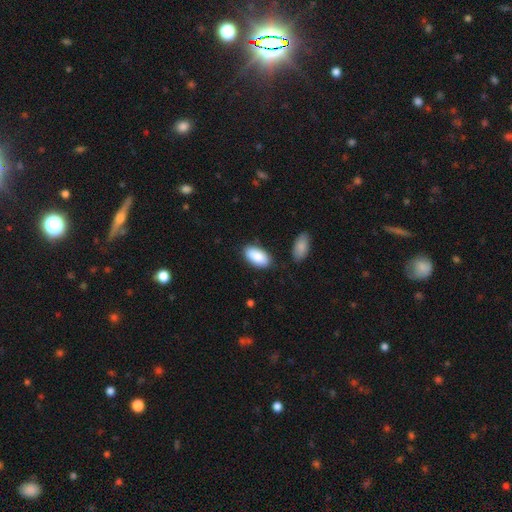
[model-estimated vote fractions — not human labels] A smooth galaxy with no disk features (89%) that is in between round and cigar-shaped (94%).

Vote fractions:
- Smooth or featured? smooth: 89% / star or artifact: 5% / featured or disk: 5%
- How rounded? in between: 94% / cigar-shaped: 3% / round: 2%
- Merging? none: 80% / minor disturbance: 12% / merger: 4% / major disturbance: 3%